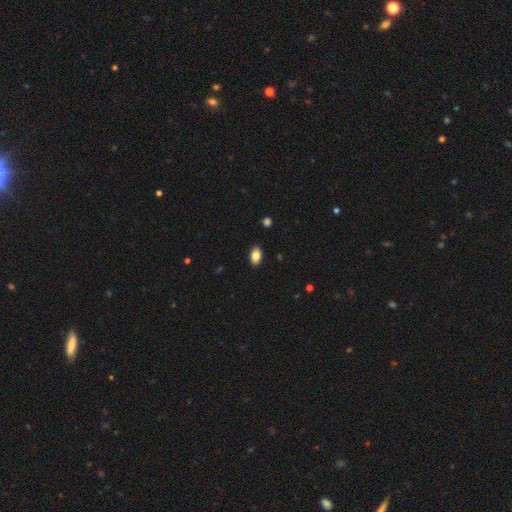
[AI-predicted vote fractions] A smooth galaxy with no disk features (84%) that is in between round and cigar-shaped (91%).

Vote fractions:
- Smooth or featured? smooth: 84% / featured or disk: 8% / star or artifact: 8%
- How rounded? in between: 91% / round: 7% / cigar-shaped: 2%
- Merging? none: 89% / minor disturbance: 8% / major disturbance: 2% / merger: 1%